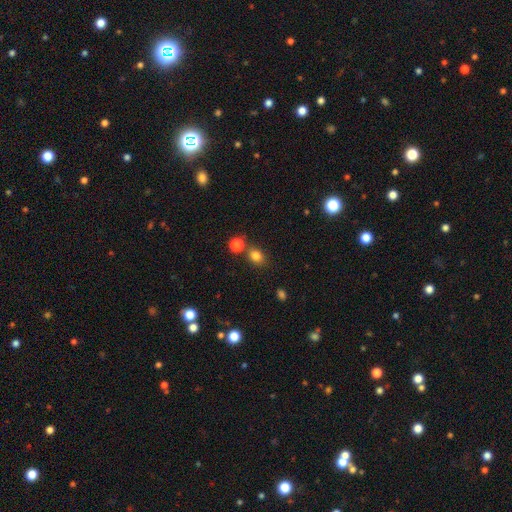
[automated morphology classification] smooth-or-featured: smooth: 80% | star or artifact: 14% | featured or disk: 6%
  how-rounded: round: 59% | in between: 40% | cigar-shaped: 1%
  merging: none: 71% | merger: 14% | minor disturbance: 11% | major disturbance: 4%